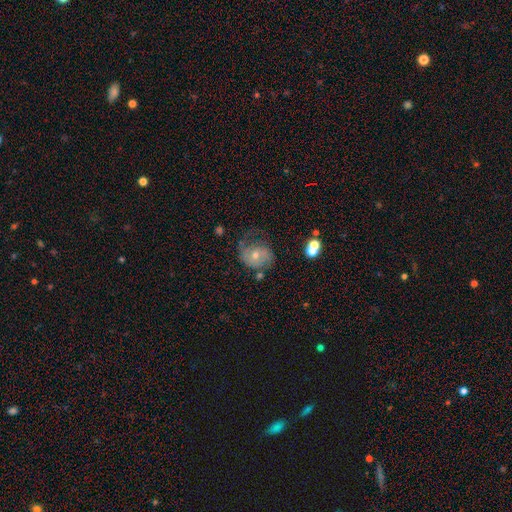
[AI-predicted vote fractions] This appears to be a featured or disk galaxy (58%) with no bar (70%), spiral arms (78%) and a moderate central bulge (52%). Merging: none (40%).